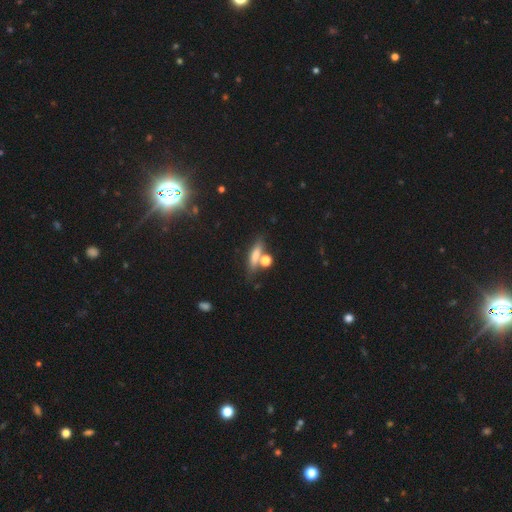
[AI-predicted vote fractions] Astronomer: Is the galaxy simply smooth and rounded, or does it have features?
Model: smooth — 66%.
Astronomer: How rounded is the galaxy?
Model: cigar-shaped — 56% (runner-up: in between, 34%).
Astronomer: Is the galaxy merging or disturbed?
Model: none — 61%.